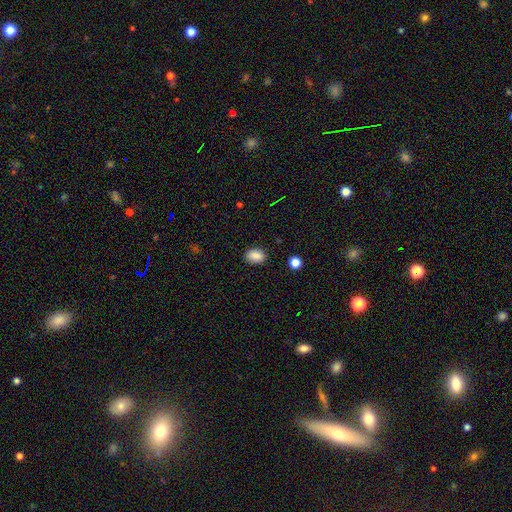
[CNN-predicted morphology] The model was most divided on "how rounded": in between: 78%, round: 21%, cigar-shaped: 1%. More confident: smooth or featured — smooth (87%); merging — none (87%).